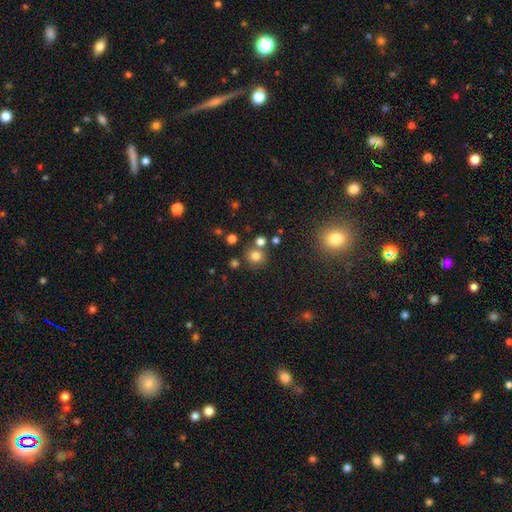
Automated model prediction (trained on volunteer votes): Smooth or featured? smooth (75%)
How rounded? round (89%)
Merging? none (72%)